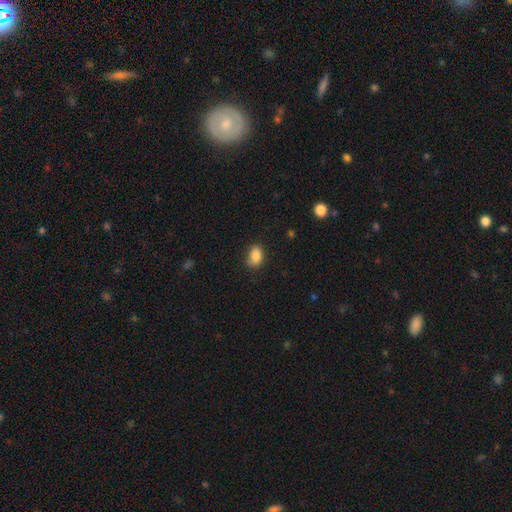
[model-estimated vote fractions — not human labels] Smooth or featured?
  - smooth: 86% *
  - star or artifact: 9%
  - featured or disk: 6%
How rounded?
  - in between: 80% *
  - round: 18%
  - cigar-shaped: 2%
Merging?
  - none: 73% *
  - minor disturbance: 21%
  - major disturbance: 4%
  - merger: 2%